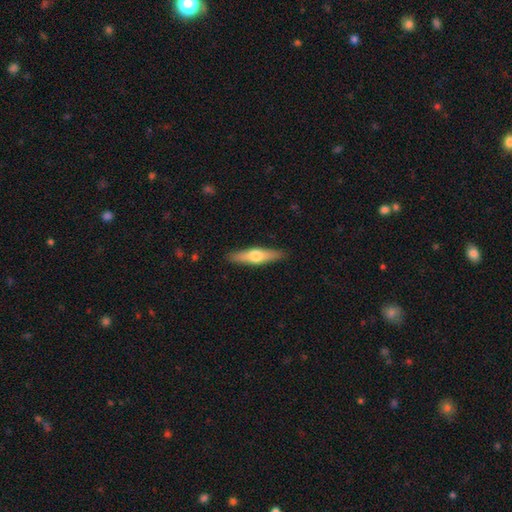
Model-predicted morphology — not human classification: Smooth or featured? smooth (51%)
How rounded? cigar-shaped (73%)
Merging? none (89%)